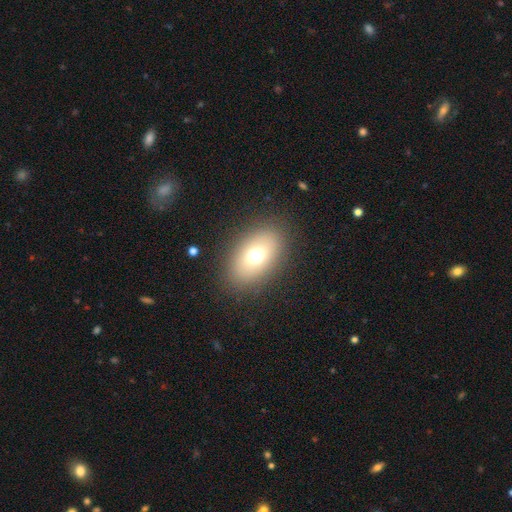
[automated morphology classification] Q: Smooth or featured?
A: smooth (67%); runner-up: featured or disk (19%)
Q: How rounded?
A: in between (80%); runner-up: round (18%)
Q: Merging?
A: none (85%); runner-up: minor disturbance (9%)